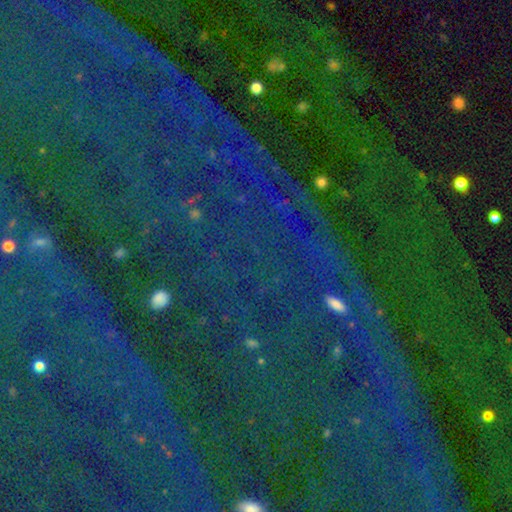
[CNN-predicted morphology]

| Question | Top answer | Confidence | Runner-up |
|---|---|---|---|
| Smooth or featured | star or artifact | 84% | smooth (8%) |